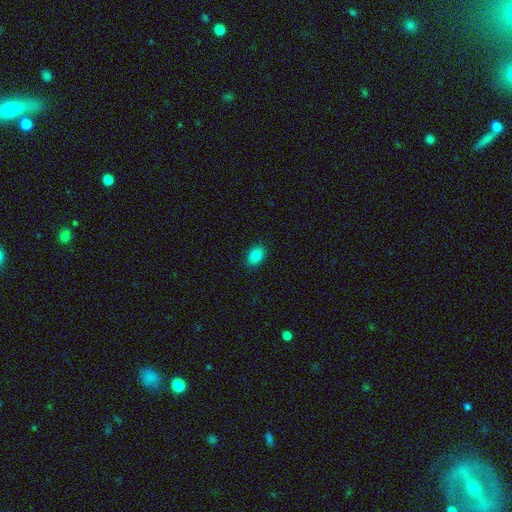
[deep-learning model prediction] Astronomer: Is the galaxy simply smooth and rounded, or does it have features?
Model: smooth — 87%.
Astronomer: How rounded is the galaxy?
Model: in between — 80%.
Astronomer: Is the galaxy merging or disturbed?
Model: none — 89%.